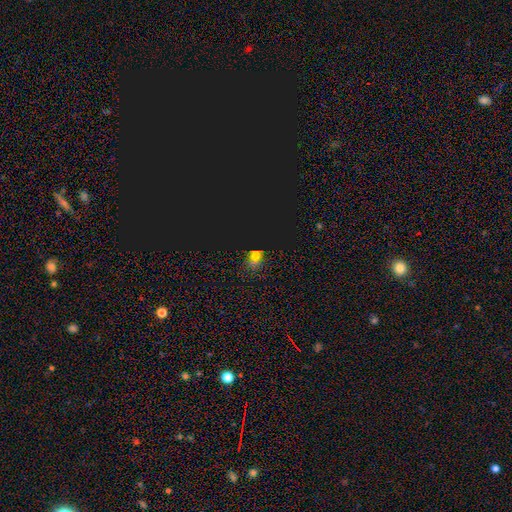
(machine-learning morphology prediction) This appears to be a star or artifact, not a galaxy (59%).